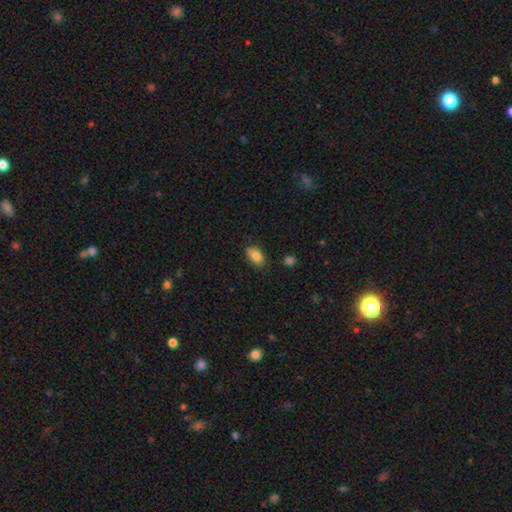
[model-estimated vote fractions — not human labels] A smooth galaxy with no disk features (83%) that is in between round and cigar-shaped (89%).

Vote fractions:
- Smooth or featured? smooth: 83% / featured or disk: 9% / star or artifact: 8%
- How rounded? in between: 89% / round: 9% / cigar-shaped: 2%
- Merging? none: 72% / minor disturbance: 20% / merger: 4% / major disturbance: 4%